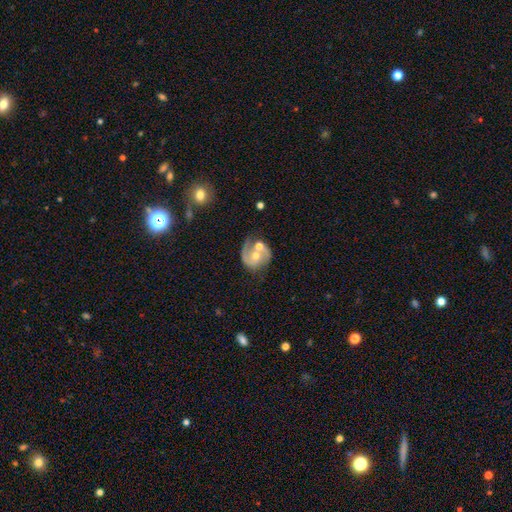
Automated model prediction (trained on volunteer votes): A featured or disk galaxy (75%) with no bar (66%), 2 (74%) medium (47%) spiral arms (88%) and a moderate central bulge (60%).

Vote fractions:
- Smooth or featured? featured or disk: 75% / smooth: 18% / star or artifact: 7%
- Edge-on disk? no: 98% / yes: 2%
- Bar? no: 66% / weak: 27% / strong: 7%
- Spiral arms? yes: 88% / no: 12%
- Spiral winding? medium: 47% / tight: 27% / loose: 26%
- Spiral arm count? 2: 74% / 1: 15% / can't tell: 7% / 3: 2% / 4: 1% / more than 4: 1%
- Bulge size? moderate: 60% / small: 34% / large: 3% / none: 2% / dominant: 1%
- Merging? none: 43% / merger: 31% / minor disturbance: 15% / major disturbance: 10%